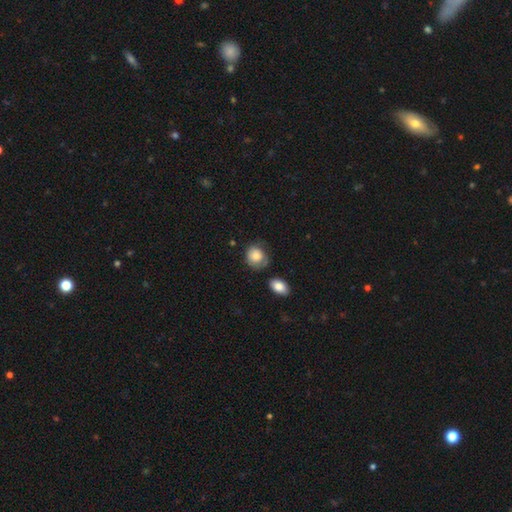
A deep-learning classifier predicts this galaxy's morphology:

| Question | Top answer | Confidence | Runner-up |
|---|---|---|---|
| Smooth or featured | smooth | 78% | featured or disk (15%) |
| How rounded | round | 67% | in between (32%) |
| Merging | none | 51% | minor disturbance (30%) |